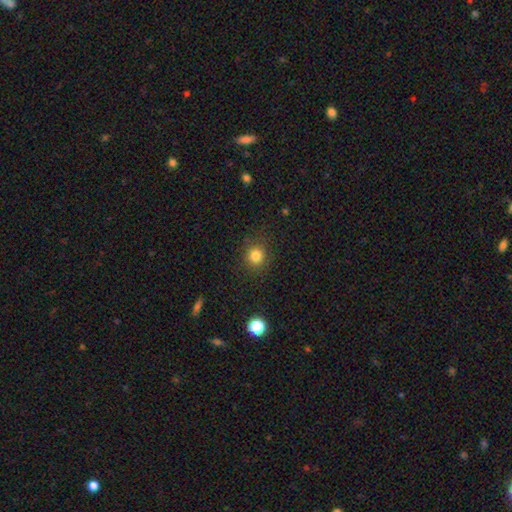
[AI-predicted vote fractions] Overall: smooth (82%). How rounded: round (90%). Merging: none (87%).